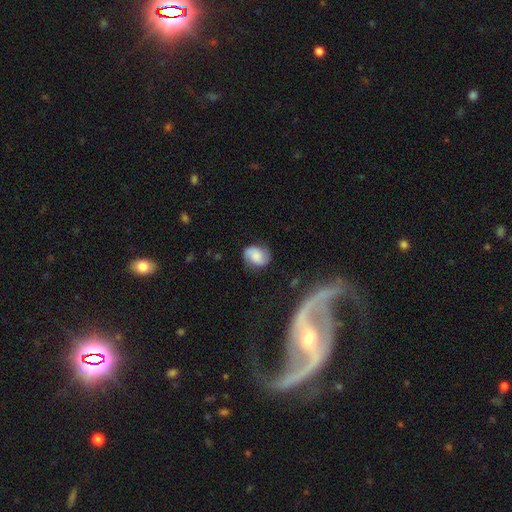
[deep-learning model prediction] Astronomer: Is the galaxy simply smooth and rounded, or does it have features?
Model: smooth — 56% (runner-up: featured or disk, 35%).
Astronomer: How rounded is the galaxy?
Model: in between — 63%.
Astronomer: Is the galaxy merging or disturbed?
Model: none — 73%.